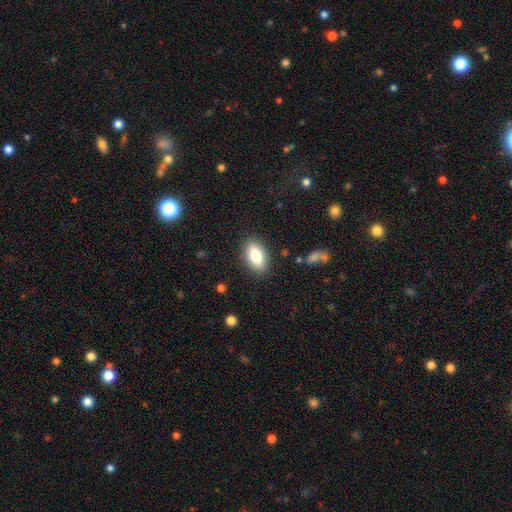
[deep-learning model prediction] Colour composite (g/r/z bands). It shows a smooth galaxy with no disk features (82%) that is in between round and cigar-shaped (91%). Merging: none (86%).